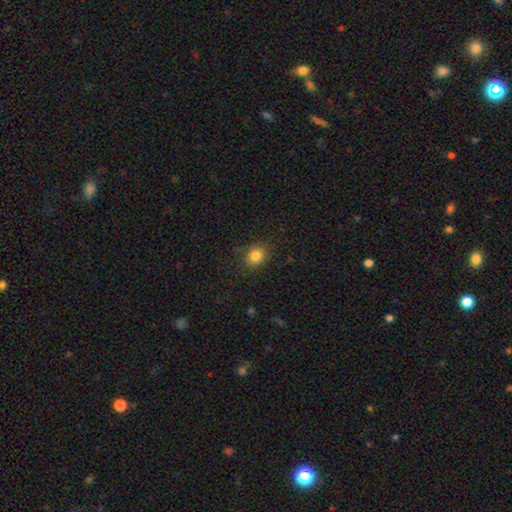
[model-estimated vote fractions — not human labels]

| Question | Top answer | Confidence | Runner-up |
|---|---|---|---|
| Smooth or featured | smooth | 83% | star or artifact (11%) |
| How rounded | round | 64% | in between (35%) |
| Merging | none | 84% | minor disturbance (11%) |